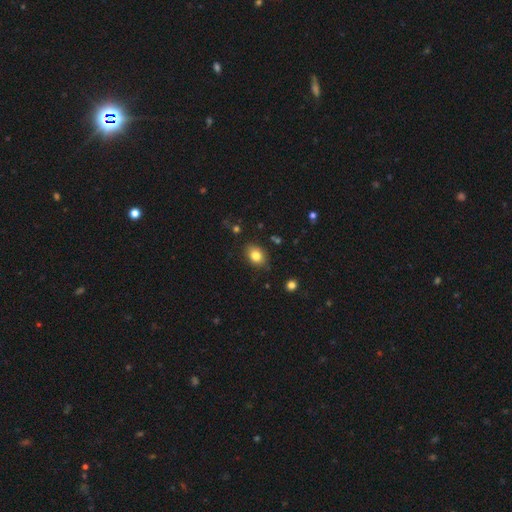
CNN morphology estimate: Smooth or featured: smooth — 81% (star or artifact — 10%)
How rounded: in between — 66% (round — 33%)
Merging: none — 82% (minor disturbance — 13%)